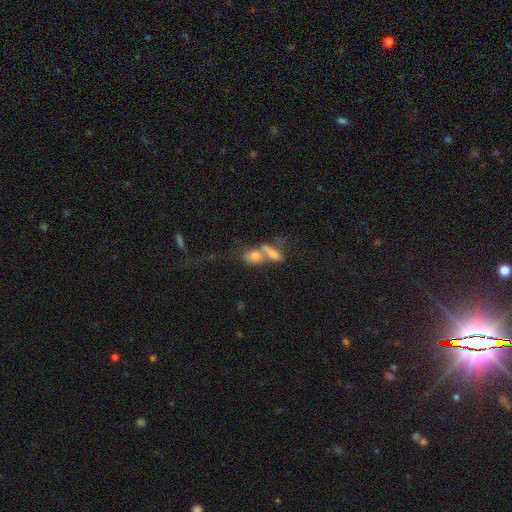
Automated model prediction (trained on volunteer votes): This appears to be a star or artifact, not a galaxy (48%).